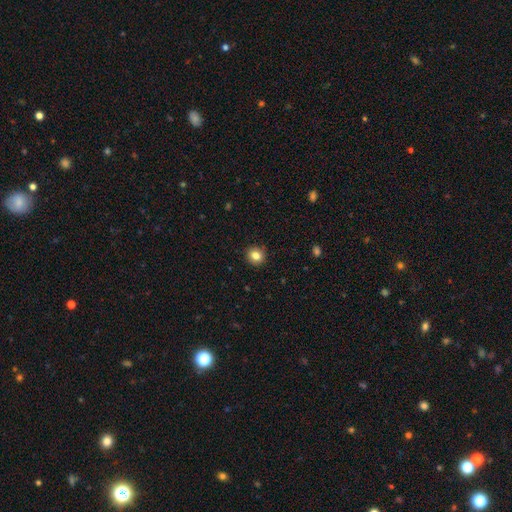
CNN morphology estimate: type=smooth (83%); roundness=round (83%); merging=none (91%).